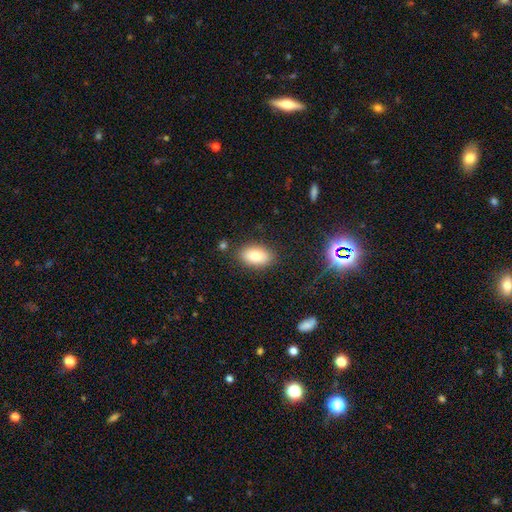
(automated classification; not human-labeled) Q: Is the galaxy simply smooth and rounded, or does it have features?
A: smooth — 81%.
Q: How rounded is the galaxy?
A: in between — 91%.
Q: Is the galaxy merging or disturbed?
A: none — 85%.